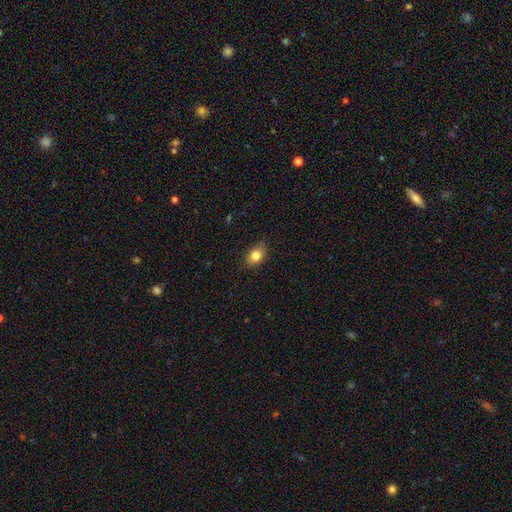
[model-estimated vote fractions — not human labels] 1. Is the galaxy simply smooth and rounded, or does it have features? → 82% smooth, 9% featured or disk, 9% star or artifact.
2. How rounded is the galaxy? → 78% in between, 20% round, 1% cigar-shaped.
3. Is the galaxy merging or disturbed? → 82% none, 14% minor disturbance, 3% major disturbance, 1% merger.